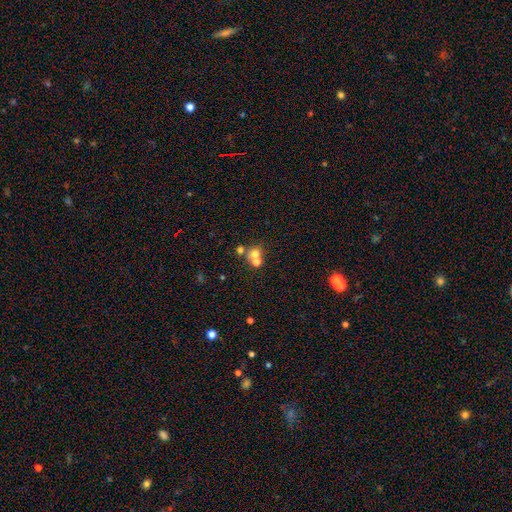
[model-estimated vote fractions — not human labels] Smooth or featured: smooth — 64% (star or artifact — 19%)
How rounded: round — 80% (in between — 19%)
Merging: merger — 53% (none — 37%)